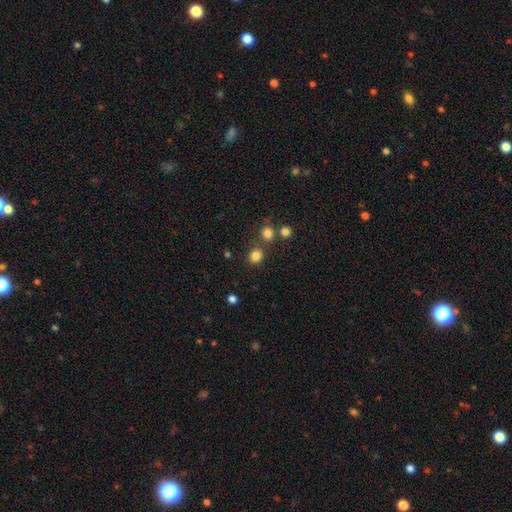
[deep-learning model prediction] This appears to be a smooth galaxy with no disk features (81%) that is round (87%). Merging: none (78%).